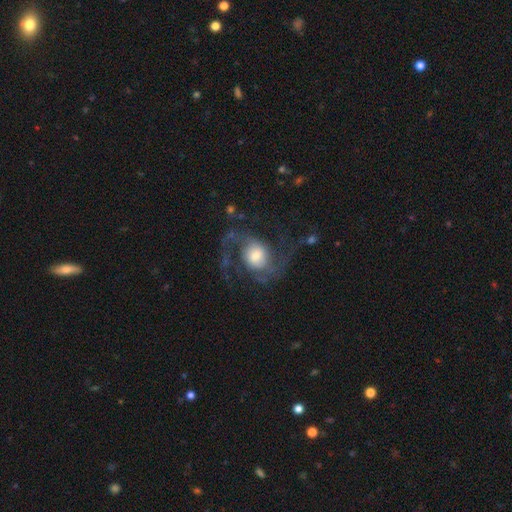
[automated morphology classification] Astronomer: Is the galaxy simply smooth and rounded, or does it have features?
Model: featured or disk — 81%.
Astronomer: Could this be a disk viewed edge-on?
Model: no — 98%.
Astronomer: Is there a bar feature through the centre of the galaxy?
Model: no — 59%.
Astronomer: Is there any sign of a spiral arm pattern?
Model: yes — 95%.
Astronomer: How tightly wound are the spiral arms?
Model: loose — 50% (runner-up: medium, 42%).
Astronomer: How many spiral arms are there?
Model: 2 — 86%.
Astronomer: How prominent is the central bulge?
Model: moderate — 41% (runner-up: large, 29%).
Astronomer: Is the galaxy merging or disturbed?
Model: none — 59%.